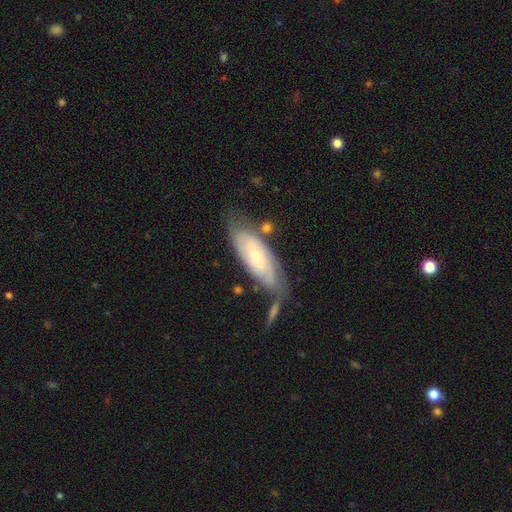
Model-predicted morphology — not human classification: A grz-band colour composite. It shows a featured or disk galaxy (65%) with no bar (70%), spiral arms (82%) and a small central bulge (63%). Merging: none (54%).